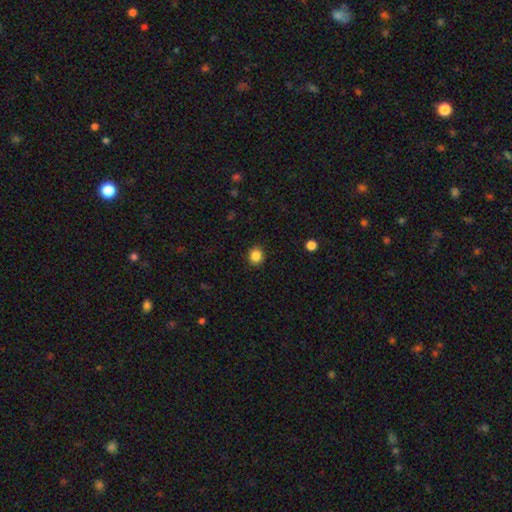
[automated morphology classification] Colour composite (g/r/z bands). It shows a smooth galaxy with no disk features (85%) that is round (80%). Merging: none (91%).